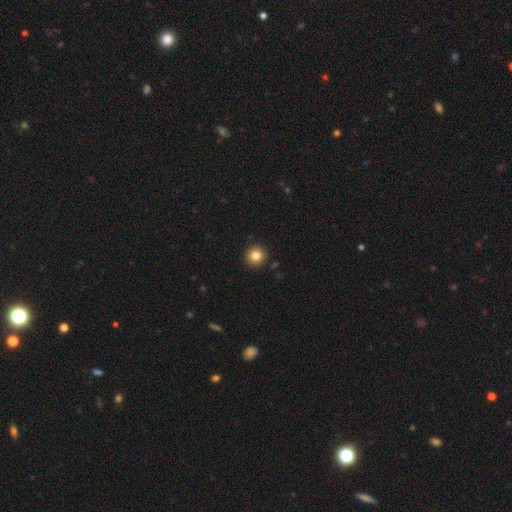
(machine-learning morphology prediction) The model was most divided on "smooth or featured": smooth: 82%, star or artifact: 11%, featured or disk: 7%. More confident: how rounded — round (95%); merging — none (93%).